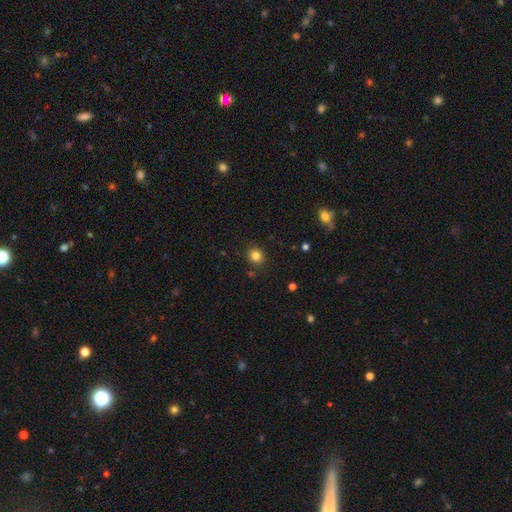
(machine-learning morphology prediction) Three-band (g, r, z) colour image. It shows a smooth galaxy with no disk features (83%) that is round (85%). Merging: none (86%).